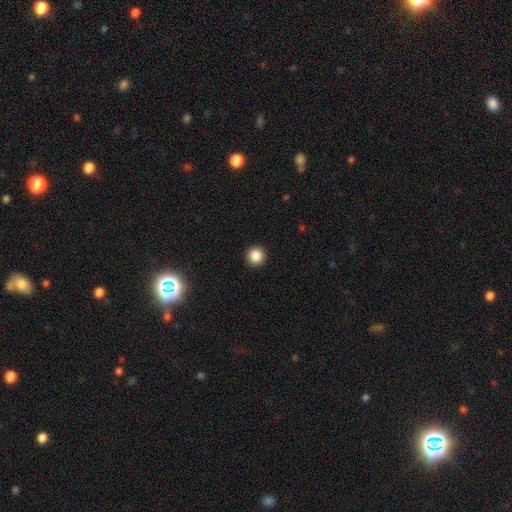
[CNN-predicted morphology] type=smooth (86%); roundness=round (95%); merging=none (93%).